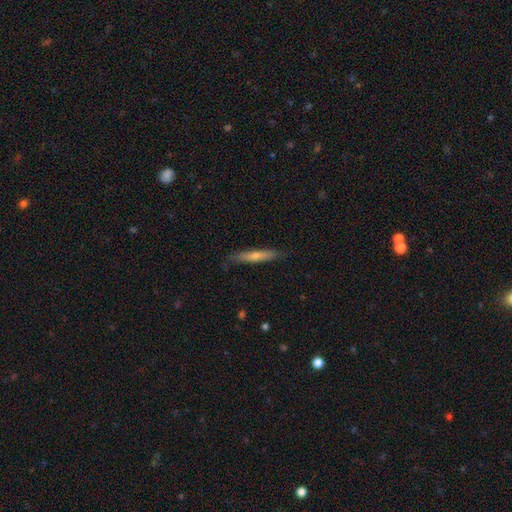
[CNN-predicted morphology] smooth_or_featured: featured or disk (p=0.49) [alt: smooth p=0.41]
merging: none (p=0.86) [alt: minor disturbance p=0.11]